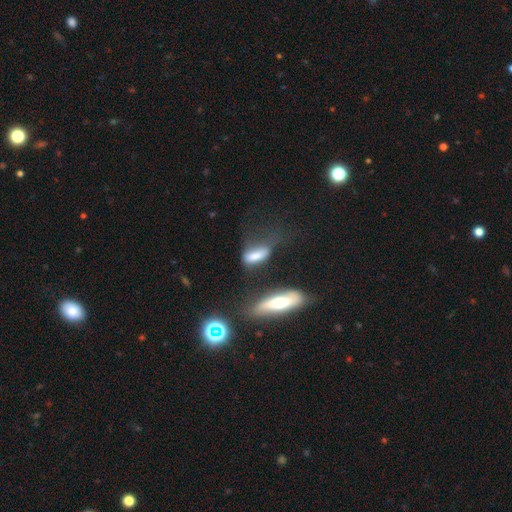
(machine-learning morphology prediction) This appears to be a smooth galaxy with no disk features (70%) that is in between round and cigar-shaped (68%). Merging: none (31%).